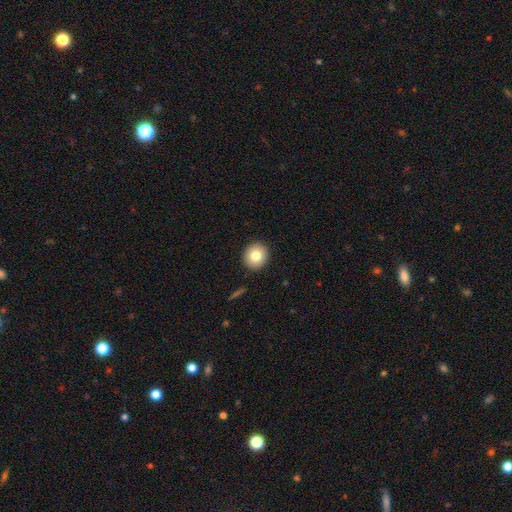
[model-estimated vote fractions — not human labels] This appears to be a smooth galaxy with no disk features (80%) that is round (86%). Merging: none (91%).